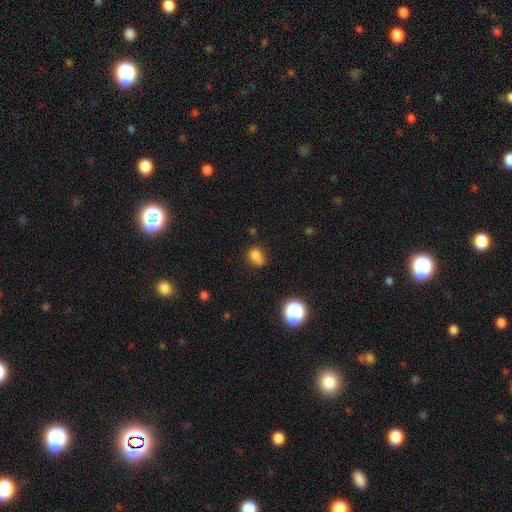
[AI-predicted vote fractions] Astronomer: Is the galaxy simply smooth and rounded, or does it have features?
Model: smooth — 79%.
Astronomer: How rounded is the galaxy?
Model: in between — 50% (runner-up: round, 48%).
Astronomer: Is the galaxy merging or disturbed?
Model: none — 58%.